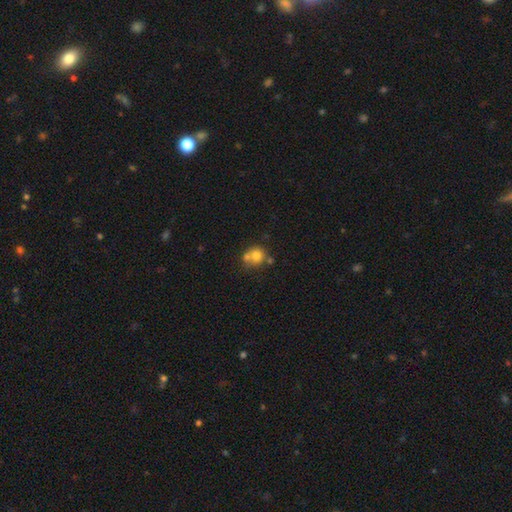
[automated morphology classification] smooth-or-featured: smooth: 73% | featured or disk: 16% | star or artifact: 11%
  how-rounded: round: 81% | in between: 18% | cigar-shaped: 1%
  merging: none: 43% | merger: 42% | minor disturbance: 11% | major disturbance: 4%